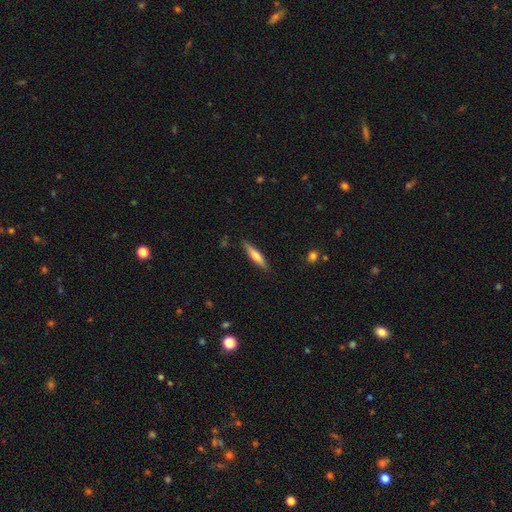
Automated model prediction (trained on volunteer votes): smooth 58%, featured or disk 36%, star or artifact 6%. Down the decision tree: how rounded — cigar-shaped (84%); merging — none (88%).